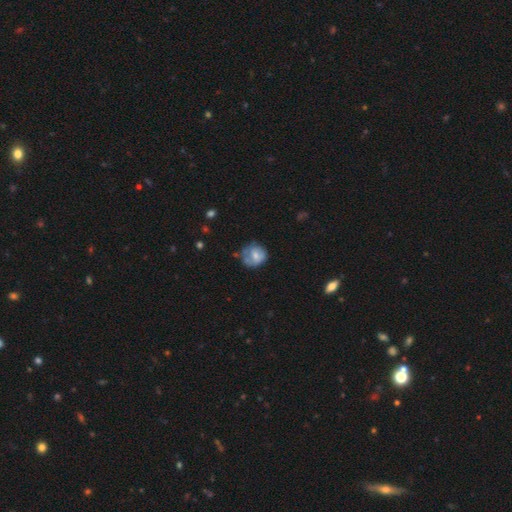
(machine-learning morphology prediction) A smooth galaxy with no disk features (60%) that is round (77%).

Vote fractions:
- Smooth or featured? smooth: 60% / featured or disk: 32% / star or artifact: 8%
- How rounded? round: 77% / in between: 22% / cigar-shaped: 1%
- Merging? none: 51% / minor disturbance: 29% / major disturbance: 12% / merger: 7%